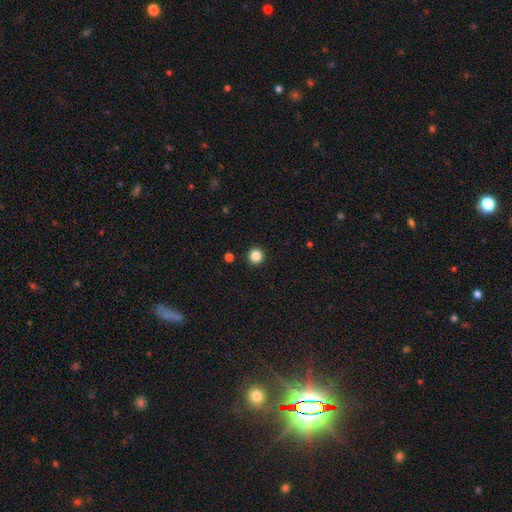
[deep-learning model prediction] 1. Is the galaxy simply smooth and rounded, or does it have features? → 85% smooth, 12% star or artifact, 3% featured or disk.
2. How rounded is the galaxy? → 94% round, 5% in between, 1% cigar-shaped.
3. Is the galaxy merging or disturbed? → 93% none, 4% minor disturbance, 1% major disturbance, 1% merger.